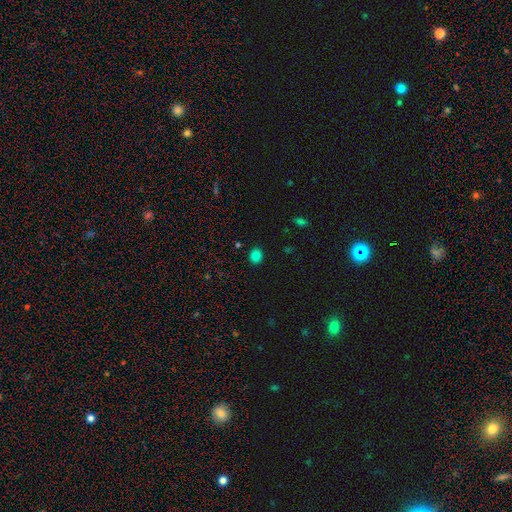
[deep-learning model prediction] A smooth galaxy with no disk features (82%) that is round (65%).

Vote fractions:
- Smooth or featured? smooth: 82% / star or artifact: 14% / featured or disk: 4%
- How rounded? round: 65% / in between: 34% / cigar-shaped: 1%
- Merging? none: 89% / minor disturbance: 7% / major disturbance: 2% / merger: 1%